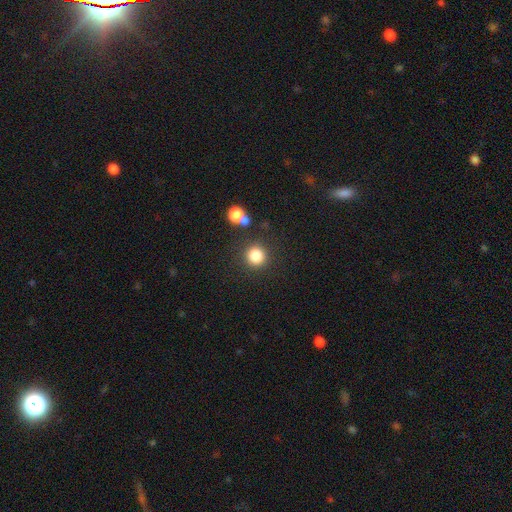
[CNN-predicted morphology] Overall: smooth (83%). How rounded: round (92%). Merging: none (81%).